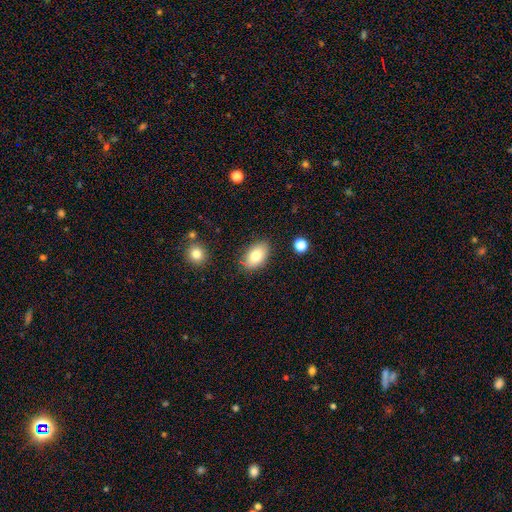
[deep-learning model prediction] This is likely a smooth galaxy (78%). How rounded: clearly in between (89%). Merging: likely none (80%).